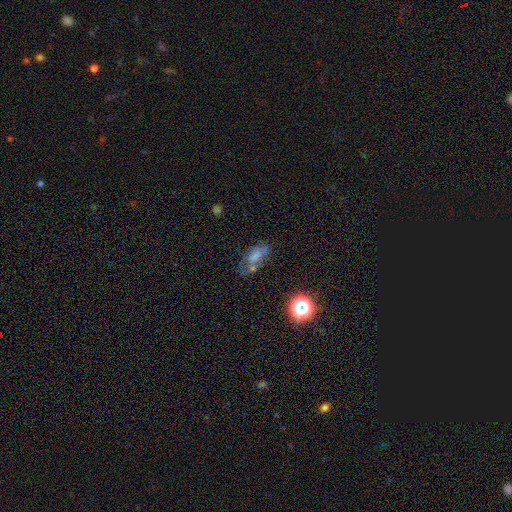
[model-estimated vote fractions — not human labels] Smooth or featured: smooth — 54% (featured or disk — 25%)
How rounded: in between — 78% (cigar-shaped — 14%)
Merging: none — 48% (minor disturbance — 27%)